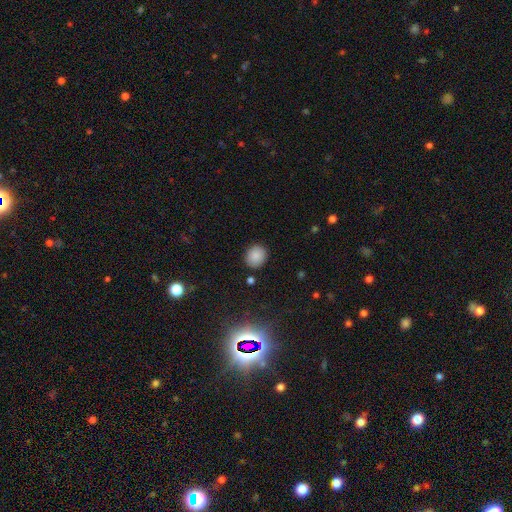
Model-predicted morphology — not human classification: This appears to be a smooth galaxy with no disk features (86%) that is round (79%). Merging: none (88%).